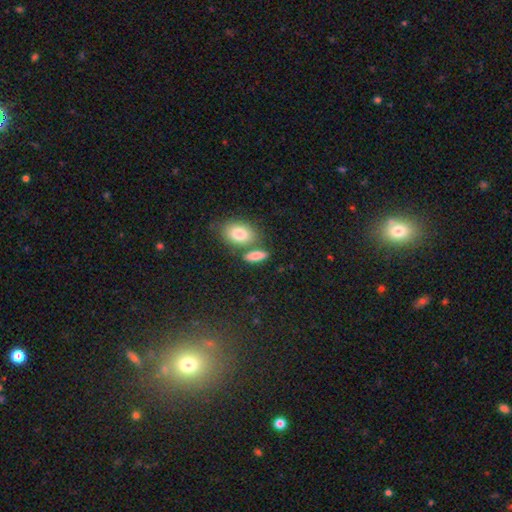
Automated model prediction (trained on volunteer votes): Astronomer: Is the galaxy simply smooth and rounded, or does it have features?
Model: smooth — 80%.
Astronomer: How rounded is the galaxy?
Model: in between — 72%.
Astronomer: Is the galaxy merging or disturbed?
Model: none — 62%.